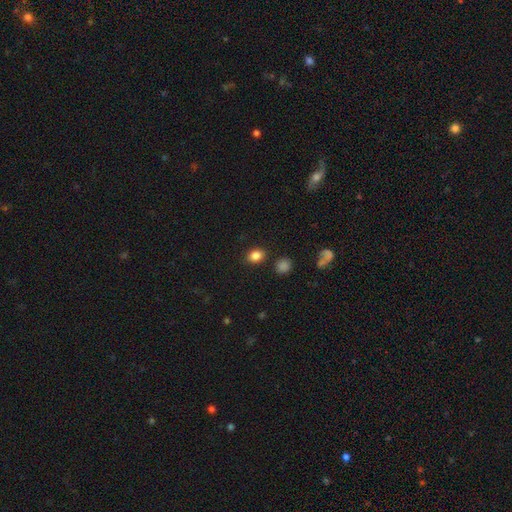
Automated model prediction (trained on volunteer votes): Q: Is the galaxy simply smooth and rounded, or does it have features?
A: smooth — 85%.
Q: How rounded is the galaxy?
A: in between — 61%.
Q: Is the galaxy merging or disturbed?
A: none — 85%.